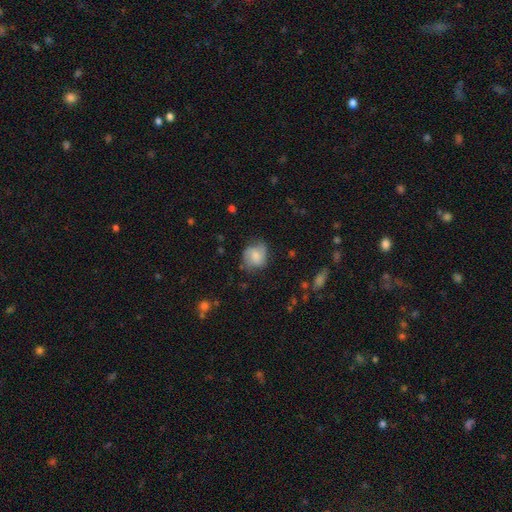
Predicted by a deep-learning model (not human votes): smooth 48%, featured or disk 44%, star or artifact 8%. Down the decision tree: merging — none (65%).